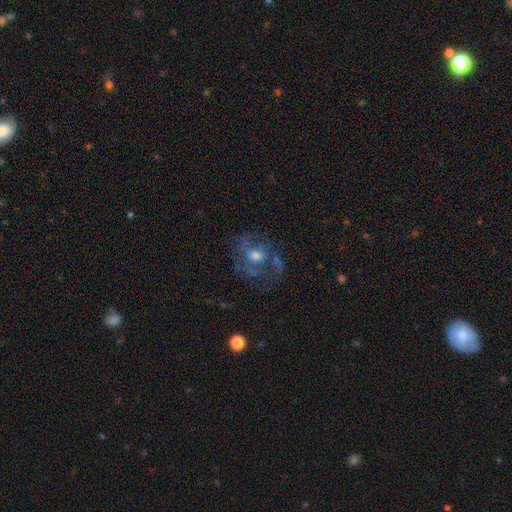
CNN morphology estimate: Smooth or featured? Predicted: featured or disk (p=0.57). Edge-on disk? Predicted: no (p=0.96). Bar? Predicted: no (p=0.71). Spiral arms? Predicted: no (p=0.55). Bulge size? Predicted: moderate (p=0.64). Merging? Predicted: none (p=0.55).